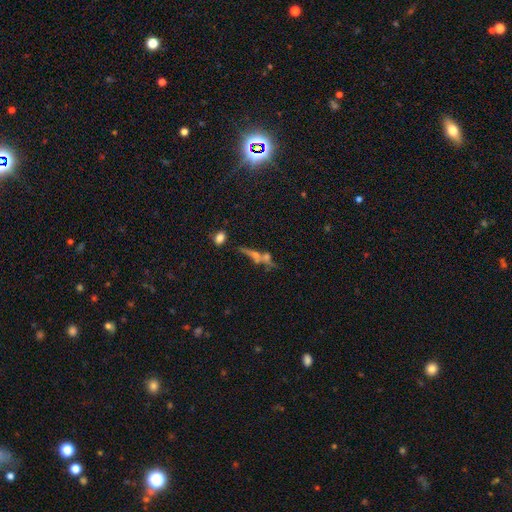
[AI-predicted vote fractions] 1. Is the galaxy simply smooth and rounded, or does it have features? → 45% featured or disk, 30% smooth, 25% star or artifact.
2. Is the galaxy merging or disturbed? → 51% none, 24% merger, 14% minor disturbance, 11% major disturbance.